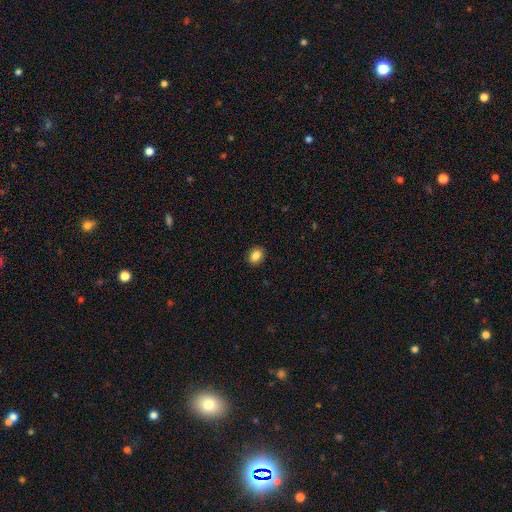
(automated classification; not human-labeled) This appears to be a smooth galaxy with no disk features (86%) that is in between round and cigar-shaped (61%). Merging: none (90%).